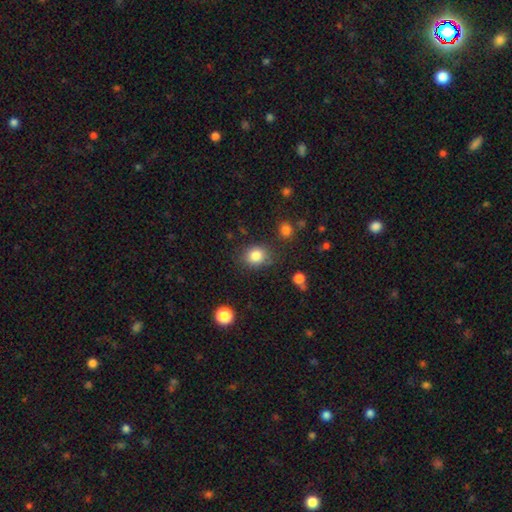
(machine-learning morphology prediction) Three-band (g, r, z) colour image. It shows a smooth galaxy with no disk features (84%) that is round (66%). Merging: none (77%).